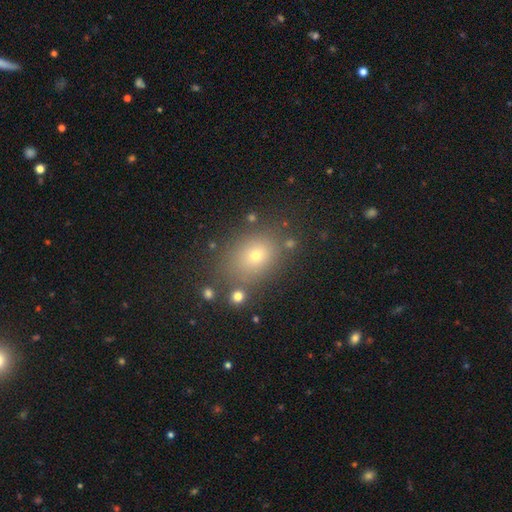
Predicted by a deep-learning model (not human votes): Overall: smooth (68%). How rounded: in between (53%; round 46%). Merging: none (79%).